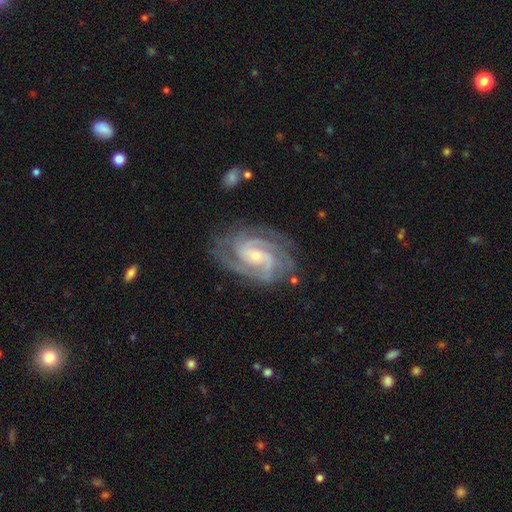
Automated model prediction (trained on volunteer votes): featured or disk 91%, star or artifact 5%, smooth 4%. Down the decision tree: edge-on disk — no (97%); bar — no (50%); spiral arms — yes (98%); spiral arm count — 2 (32%); spiral winding — tight (59%); bulge size — small (67%); merging — none (76%).